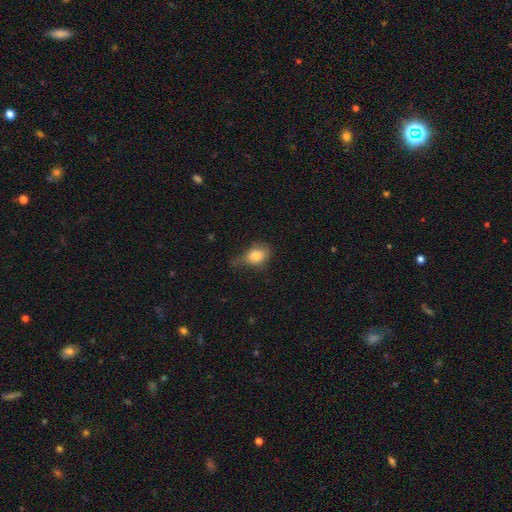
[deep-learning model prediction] The model was most divided on "merging": minor disturbance: 41%, none: 39%, major disturbance: 17%, merger: 3%. More confident: smooth or featured — smooth (81%); how rounded — in between (65%).